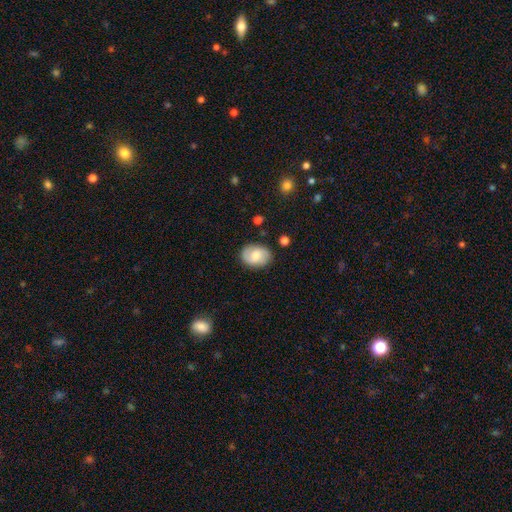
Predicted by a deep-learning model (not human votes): smooth 53%, featured or disk 39%, star or artifact 8%. Down the decision tree: how rounded — in between (63%); merging — none (81%).